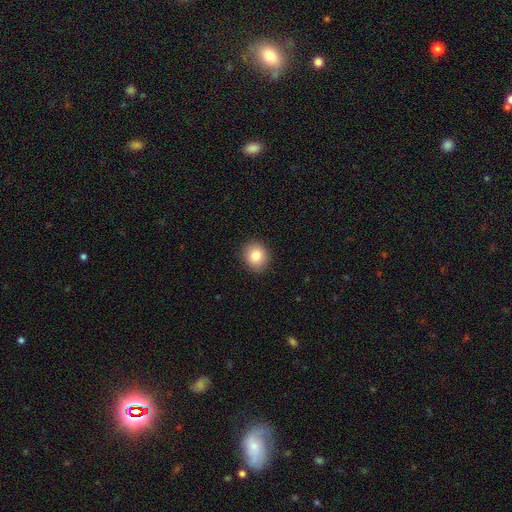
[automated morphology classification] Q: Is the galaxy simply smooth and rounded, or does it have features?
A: smooth — 82%.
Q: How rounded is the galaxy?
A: round — 77%.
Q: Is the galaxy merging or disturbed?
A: none — 90%.